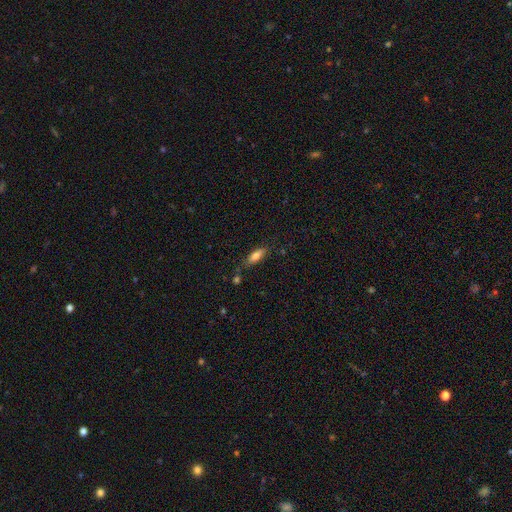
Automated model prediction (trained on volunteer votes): This is likely a smooth galaxy (77%). How rounded: likely in between (66%). Merging: likely none (72%).